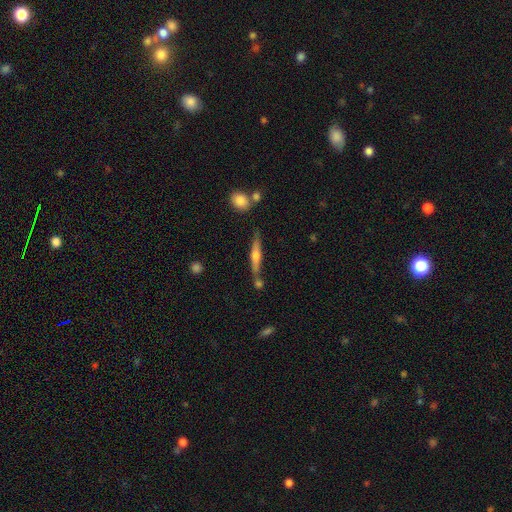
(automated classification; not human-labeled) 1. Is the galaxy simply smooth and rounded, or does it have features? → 58% featured or disk, 36% smooth, 6% star or artifact.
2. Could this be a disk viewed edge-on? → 95% yes, 5% no.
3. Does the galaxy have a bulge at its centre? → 86% rounded, 7% boxy, 7% none.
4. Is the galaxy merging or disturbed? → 71% none, 13% minor disturbance, 13% merger, 3% major disturbance.